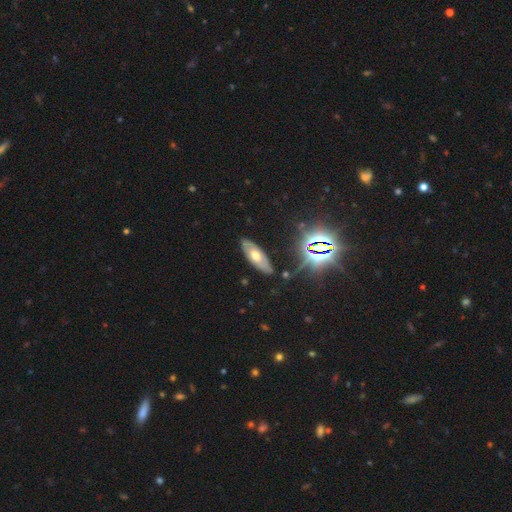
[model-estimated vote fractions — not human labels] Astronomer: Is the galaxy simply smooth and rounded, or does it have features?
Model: featured or disk — 45% (runner-up: smooth, 41%).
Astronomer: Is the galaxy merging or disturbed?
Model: none — 83%.